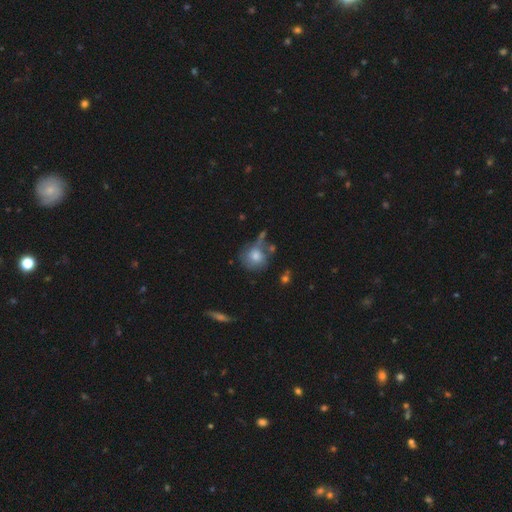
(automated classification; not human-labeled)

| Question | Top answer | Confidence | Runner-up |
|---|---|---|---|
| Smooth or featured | smooth | 72% | featured or disk (19%) |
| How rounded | round | 83% | in between (15%) |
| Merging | none | 51% | minor disturbance (23%) |